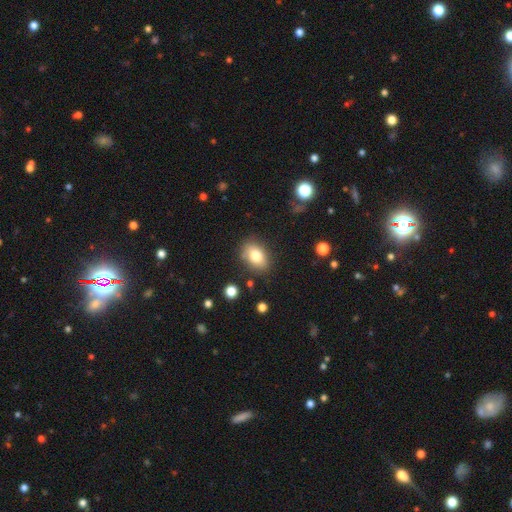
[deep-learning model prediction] Morphology: type=smooth (78%); roundness=in between (80%); merging=none (81%).